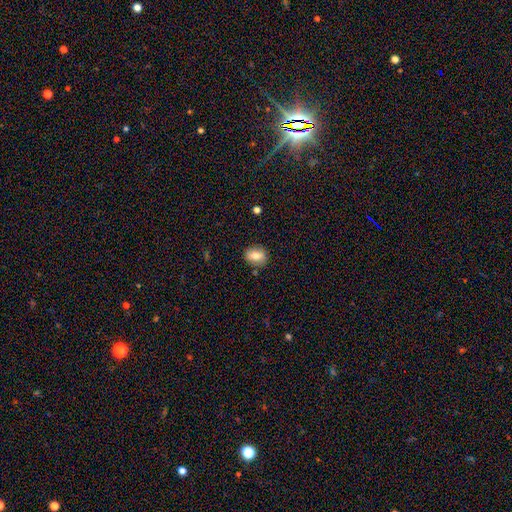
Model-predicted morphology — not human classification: smooth 73%, featured or disk 18%, star or artifact 9%. Down the decision tree: how rounded — in between (51%); merging — none (84%).